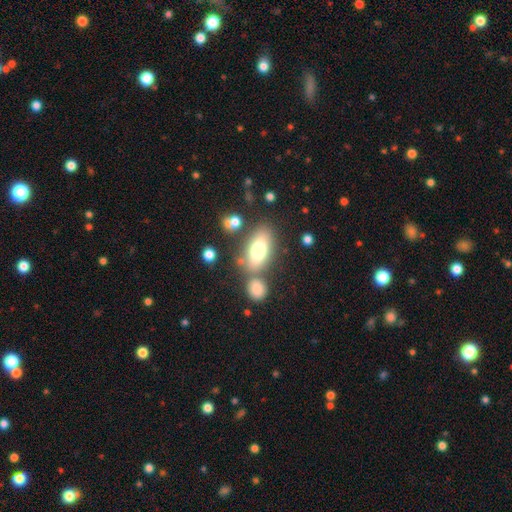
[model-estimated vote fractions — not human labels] Q: Smooth or featured?
A: smooth (71%); runner-up: featured or disk (20%)
Q: How rounded?
A: in between (83%); runner-up: cigar-shaped (10%)
Q: Merging?
A: none (66%); runner-up: merger (16%)